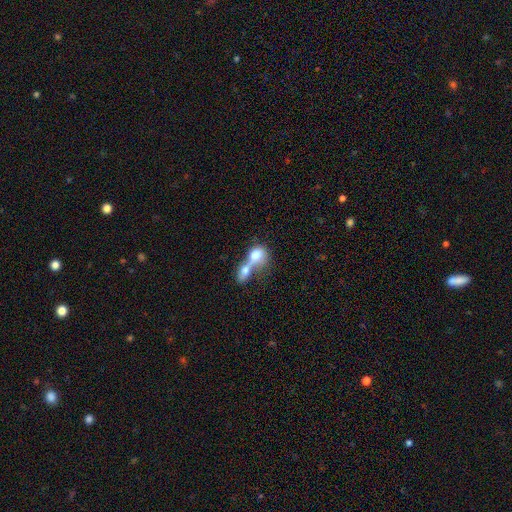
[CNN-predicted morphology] type=smooth (72%); roundness=in between (63%); merging=merger (81%).